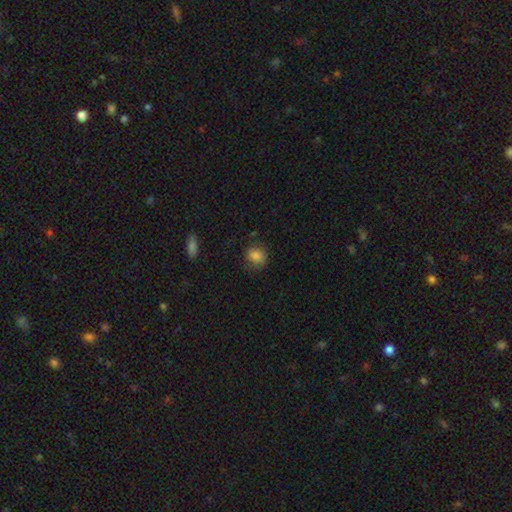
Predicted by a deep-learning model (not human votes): smooth-or-featured: smooth: 83% | star or artifact: 10% | featured or disk: 7%
  how-rounded: round: 66% | in between: 33% | cigar-shaped: 1%
  merging: none: 71% | minor disturbance: 20% | major disturbance: 7% | merger: 2%